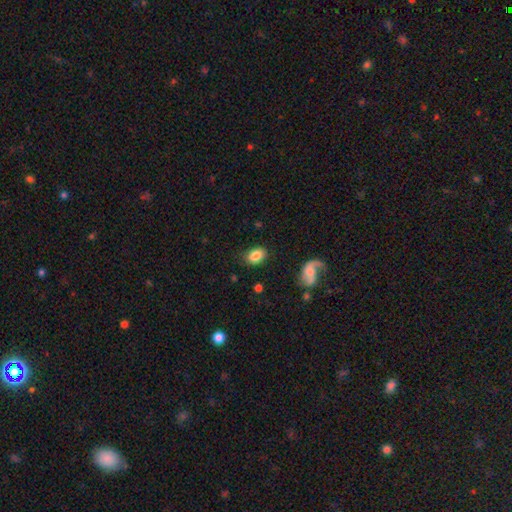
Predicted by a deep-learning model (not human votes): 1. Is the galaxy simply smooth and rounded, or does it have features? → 82% smooth, 10% featured or disk, 8% star or artifact.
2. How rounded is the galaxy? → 82% in between, 17% round, 1% cigar-shaped.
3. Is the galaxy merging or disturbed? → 80% none, 13% minor disturbance, 5% major disturbance, 2% merger.